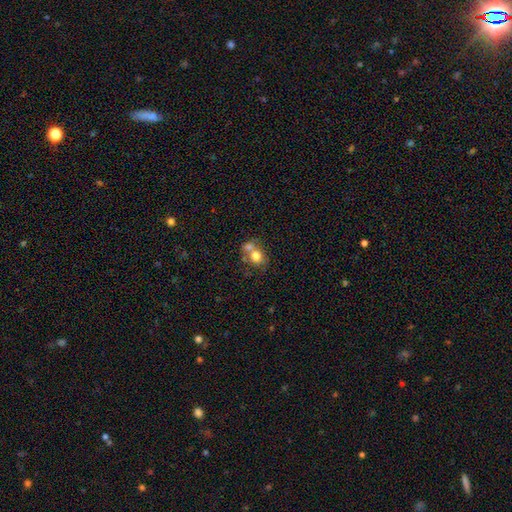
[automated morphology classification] This is likely a smooth galaxy (74%). How rounded: possibly round (60%). Merging: possibly merger (53%).